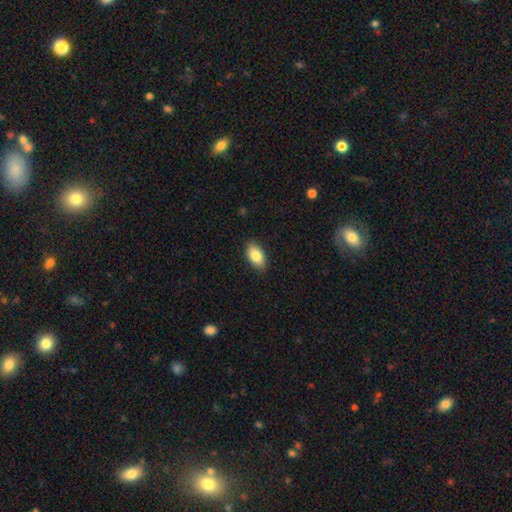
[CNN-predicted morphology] The model was most divided on "smooth or featured": smooth: 83%, featured or disk: 10%, star or artifact: 7%. More confident: how rounded — in between (92%); merging — none (87%).